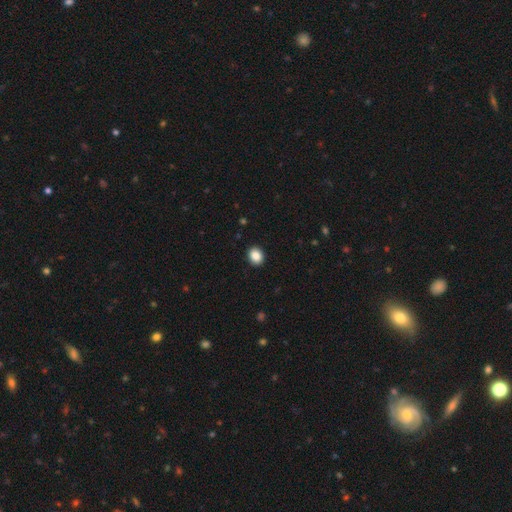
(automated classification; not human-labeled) smooth_or_featured: smooth (p=0.88) [alt: star or artifact p=0.09]
how_rounded: round (p=0.53) [alt: in between p=0.46]
merging: none (p=0.92) [alt: minor disturbance p=0.06]